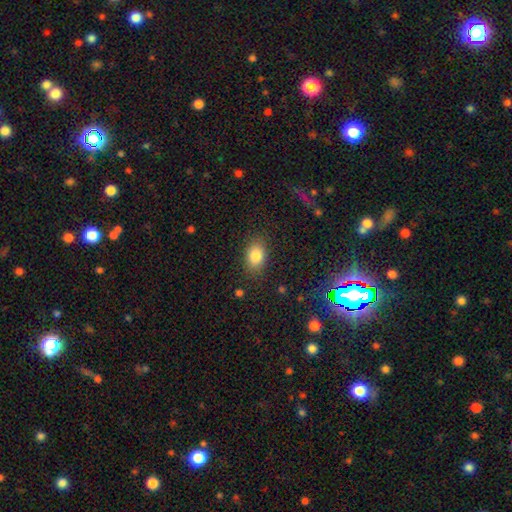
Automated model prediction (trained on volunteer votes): This appears to be a smooth galaxy with no disk features (82%) that is in between round and cigar-shaped (77%). Merging: none (85%).